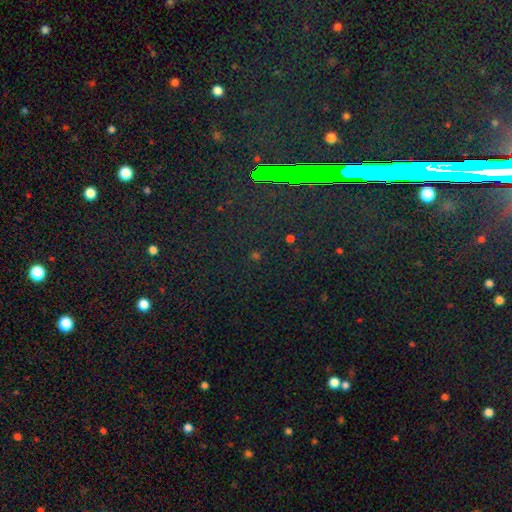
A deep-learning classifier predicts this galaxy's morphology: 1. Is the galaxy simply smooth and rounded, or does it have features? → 73% star or artifact, 17% smooth, 10% featured or disk.